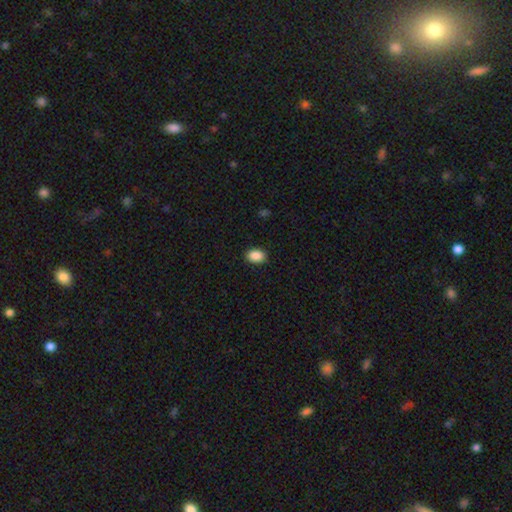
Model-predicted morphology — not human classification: This appears to be a smooth galaxy with no disk features (90%) that is in between round and cigar-shaped (82%). Merging: none (90%).